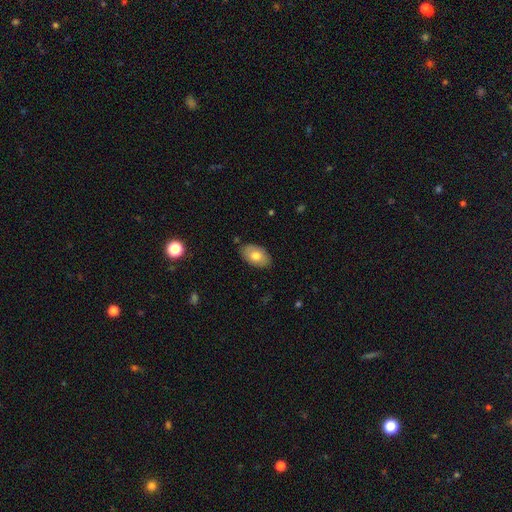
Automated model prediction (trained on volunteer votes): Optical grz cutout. It shows a smooth galaxy with no disk features (73%) that is in between round and cigar-shaped (91%). Merging: none (83%).